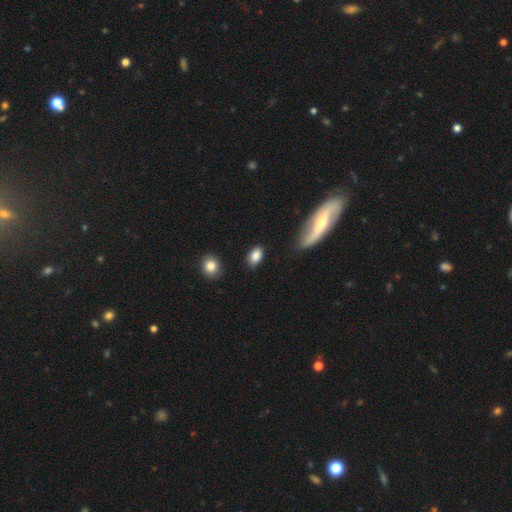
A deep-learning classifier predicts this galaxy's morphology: Q: Smooth or featured?
A: smooth (85%); runner-up: star or artifact (7%)
Q: How rounded?
A: in between (88%); runner-up: round (9%)
Q: Merging?
A: none (81%); runner-up: minor disturbance (12%)